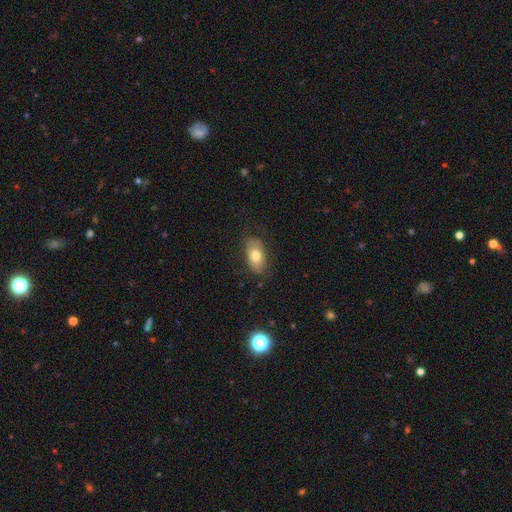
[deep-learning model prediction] Q: Smooth or featured?
A: smooth (75%); runner-up: featured or disk (18%)
Q: How rounded?
A: in between (90%); runner-up: round (6%)
Q: Merging?
A: none (78%); runner-up: minor disturbance (16%)